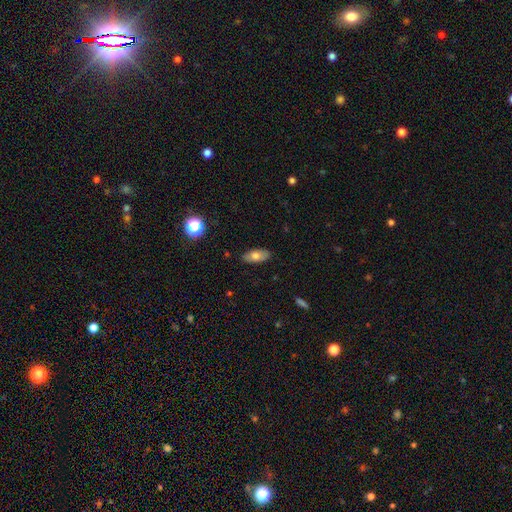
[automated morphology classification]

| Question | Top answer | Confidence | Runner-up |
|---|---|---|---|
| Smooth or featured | smooth | 69% | featured or disk (23%) |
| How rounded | in between | 87% | cigar-shaped (9%) |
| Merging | none | 86% | minor disturbance (11%) |